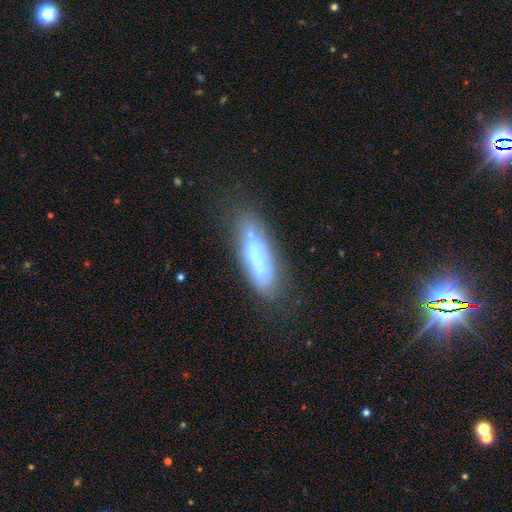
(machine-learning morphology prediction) A smooth galaxy with no disk features (46%). Merging: none (53%).